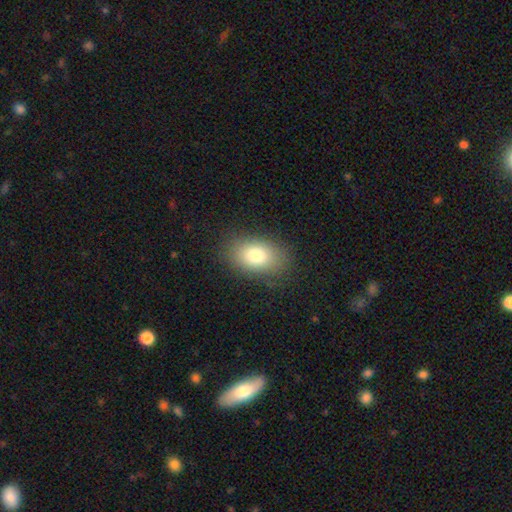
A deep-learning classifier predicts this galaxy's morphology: Overall: smooth (78%). How rounded: in between (84%). Merging: none (83%).